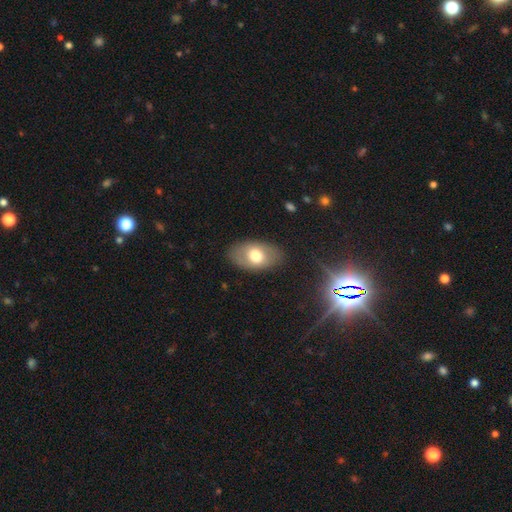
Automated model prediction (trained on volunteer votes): Q: Smooth or featured?
A: smooth (66%); runner-up: featured or disk (27%)
Q: How rounded?
A: in between (89%); runner-up: round (9%)
Q: Merging?
A: none (83%); runner-up: minor disturbance (12%)